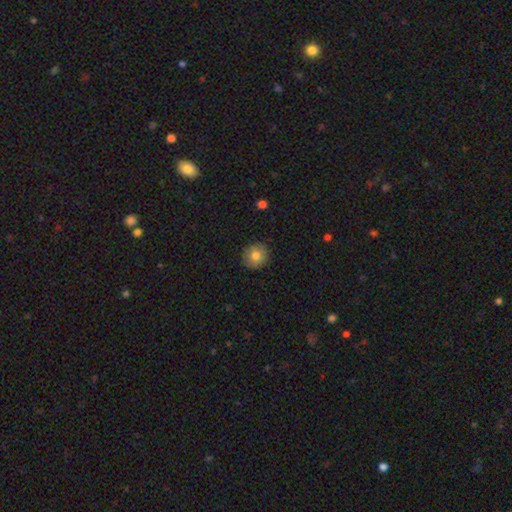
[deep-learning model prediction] A smooth galaxy with no disk features (78%) that is round (90%).

Vote fractions:
- Smooth or featured? smooth: 78% / featured or disk: 13% / star or artifact: 9%
- How rounded? round: 90% / in between: 9% / cigar-shaped: 1%
- Merging? none: 90% / minor disturbance: 8% / major disturbance: 2% / merger: 1%